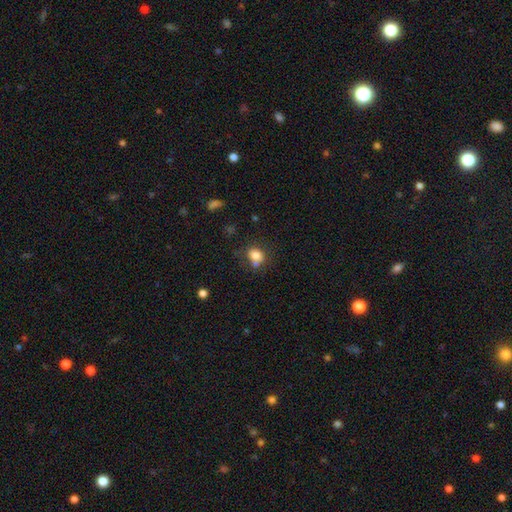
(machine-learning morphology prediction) Smooth or featured? smooth (80%)
How rounded? round (54%)
Merging? none (54%)